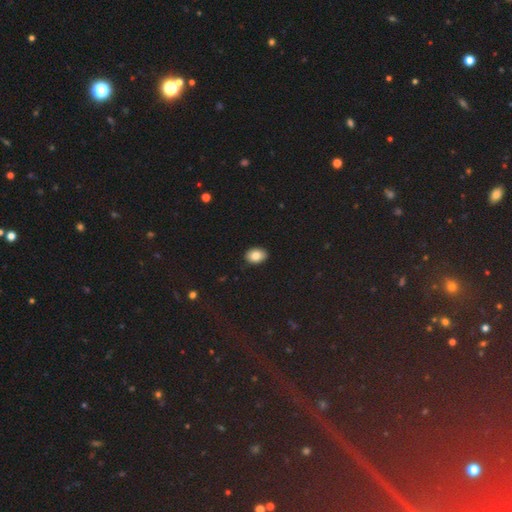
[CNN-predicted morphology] Overall: smooth (84%). How rounded: in between (79%). Merging: none (89%).